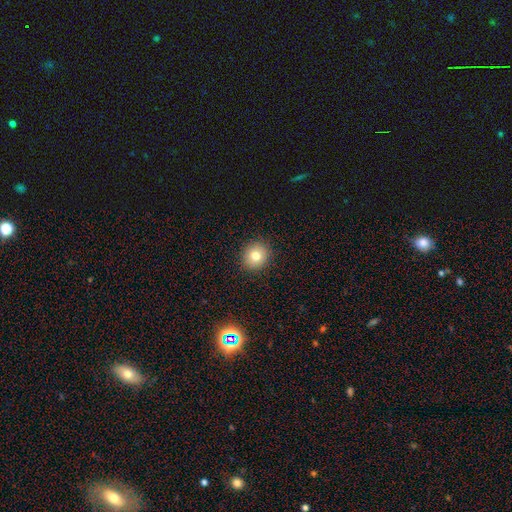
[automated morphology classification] type=smooth (78%); roundness=round (87%); merging=none (91%).